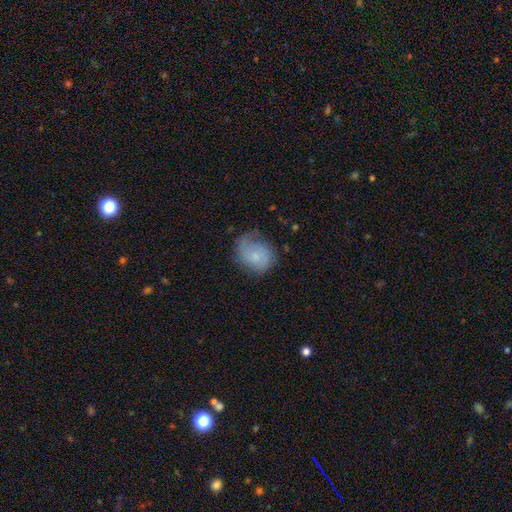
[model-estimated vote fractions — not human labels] Smooth or featured?
  - smooth: 51% *
  - featured or disk: 41%
  - star or artifact: 8%
How rounded?
  - round: 53% *
  - in between: 46%
  - cigar-shaped: 1%
Merging?
  - none: 49% *
  - minor disturbance: 32%
  - major disturbance: 17%
  - merger: 2%